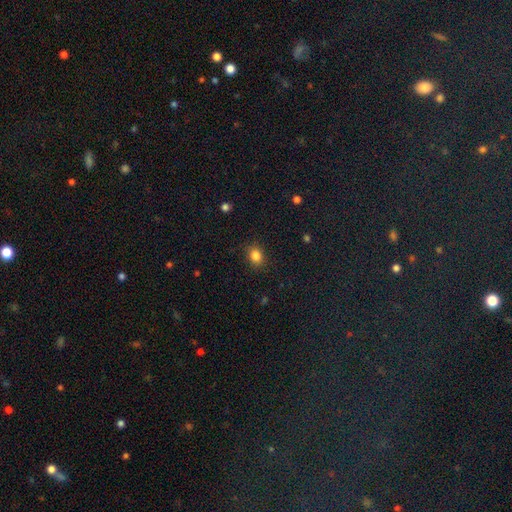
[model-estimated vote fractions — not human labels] This appears to be a smooth galaxy with no disk features (85%) that is round (52%). Merging: none (87%).